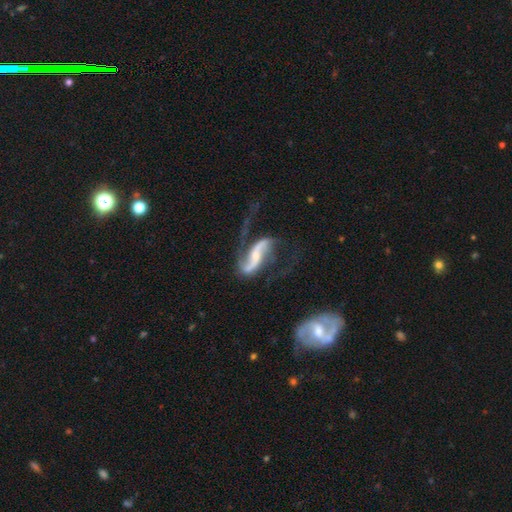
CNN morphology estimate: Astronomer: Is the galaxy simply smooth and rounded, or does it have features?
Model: featured or disk — 87%.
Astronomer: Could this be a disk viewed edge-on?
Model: no — 94%.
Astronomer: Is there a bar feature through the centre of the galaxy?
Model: weak — 36% (runner-up: strong, 35%).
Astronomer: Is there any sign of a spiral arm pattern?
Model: yes — 95%.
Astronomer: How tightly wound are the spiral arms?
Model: loose — 74%.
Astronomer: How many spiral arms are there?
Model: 2 — 89%.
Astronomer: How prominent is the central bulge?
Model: small — 46% (runner-up: moderate, 32%).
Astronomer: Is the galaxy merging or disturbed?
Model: none — 46% (runner-up: major disturbance, 30%).